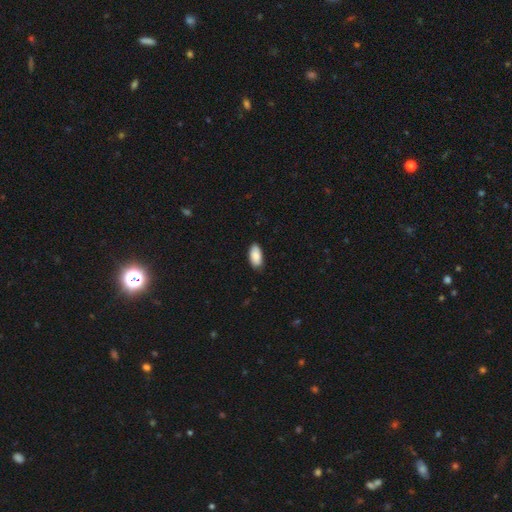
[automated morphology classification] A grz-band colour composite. It shows a smooth galaxy with no disk features (89%) that is in between round and cigar-shaped (93%). Merging: none (82%).